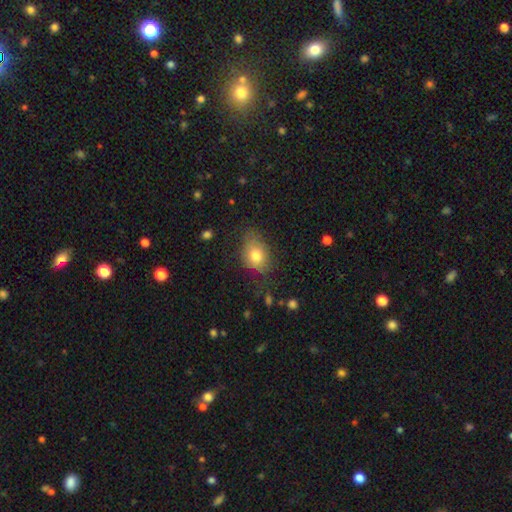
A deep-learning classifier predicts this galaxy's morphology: Smooth or featured? smooth (77%)
How rounded? in between (60%)
Merging? none (60%)